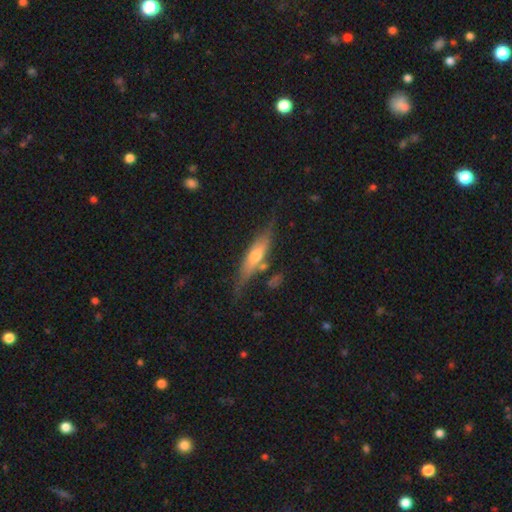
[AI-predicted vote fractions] This appears to be a featured or disk galaxy (57%) viewed edge-on (85%). Merging: none (68%).